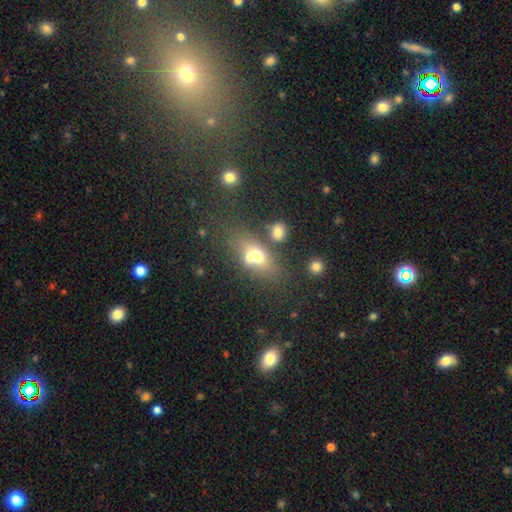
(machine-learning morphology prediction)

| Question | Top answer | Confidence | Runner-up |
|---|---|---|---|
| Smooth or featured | smooth | 61% | featured or disk (26%) |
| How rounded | in between | 69% | round (23%) |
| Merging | merger | 45% | none (36%) |